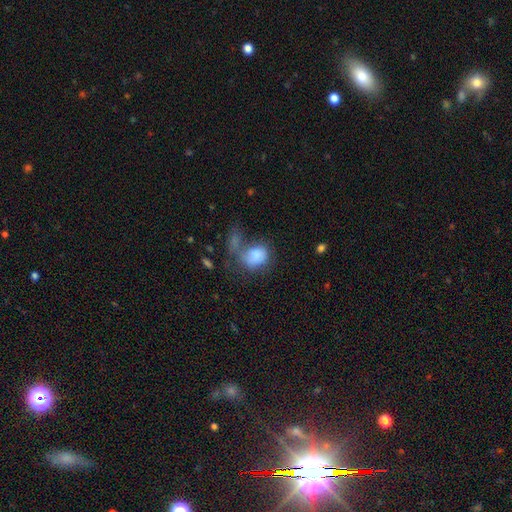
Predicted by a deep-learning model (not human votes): Smooth or featured? Predicted: smooth (p=0.75). How rounded? Predicted: in between (p=0.60). Merging? Predicted: major disturbance (p=0.35).